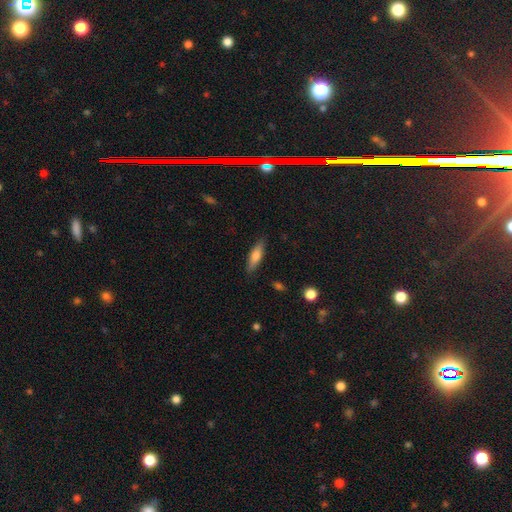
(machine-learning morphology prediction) The model was most divided on "how rounded": cigar-shaped: 60%, in between: 39%, round: 2%. More confident: merging — none (85%); smooth or featured — smooth (70%).